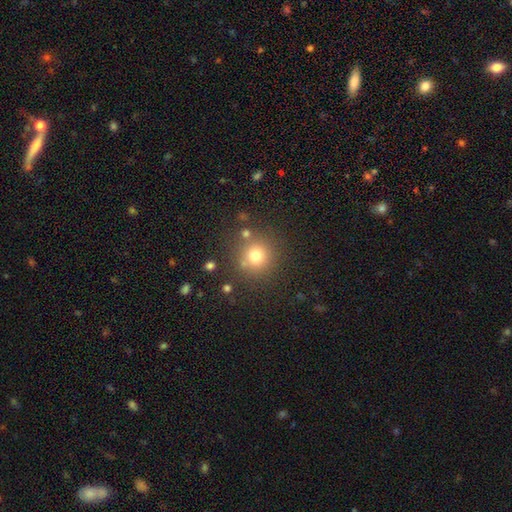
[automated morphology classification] A smooth galaxy with no disk features (76%) that is round (92%).

Vote fractions:
- Smooth or featured? smooth: 76% / star or artifact: 15% / featured or disk: 9%
- How rounded? round: 92% / in between: 7% / cigar-shaped: 1%
- Merging? none: 80% / minor disturbance: 9% / merger: 7% / major disturbance: 4%